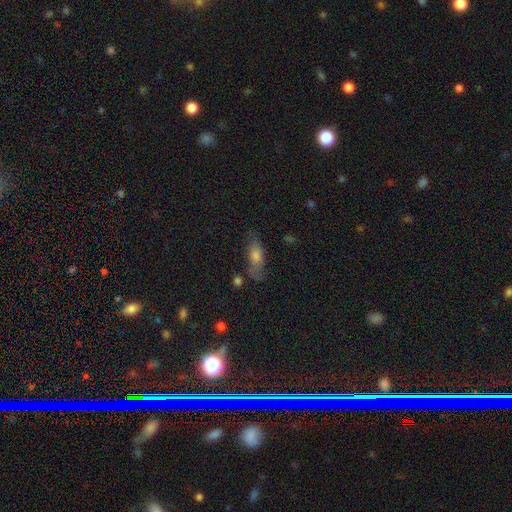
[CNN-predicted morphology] A smooth galaxy with no disk features (58%) that is in between round and cigar-shaped (61%).

Vote fractions:
- Smooth or featured? smooth: 58% / featured or disk: 30% / star or artifact: 12%
- How rounded? in between: 61% / cigar-shaped: 34% / round: 5%
- Merging? none: 68% / minor disturbance: 21% / major disturbance: 7% / merger: 4%